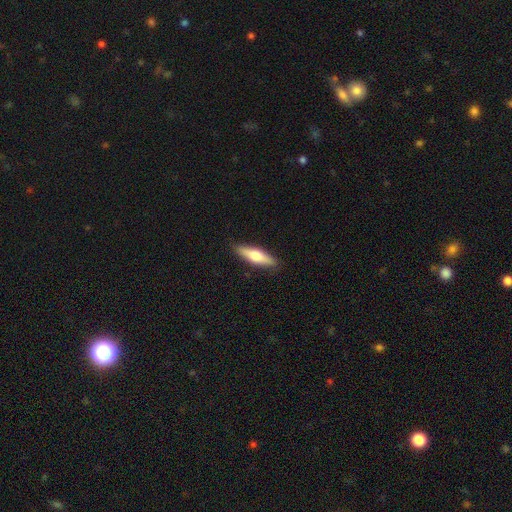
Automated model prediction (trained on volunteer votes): Smooth or featured?
  - smooth: 59% *
  - featured or disk: 35%
  - star or artifact: 6%
How rounded?
  - cigar-shaped: 64% *
  - in between: 34%
  - round: 2%
Merging?
  - none: 88% *
  - minor disturbance: 9%
  - major disturbance: 2%
  - merger: 1%